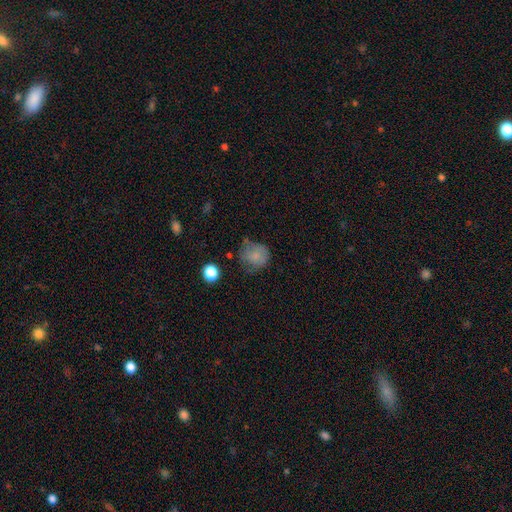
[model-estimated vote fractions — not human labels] smooth-or-featured: smooth: 75% | featured or disk: 14% | star or artifact: 11%
  how-rounded: round: 80% | in between: 19% | cigar-shaped: 1%
  merging: none: 52% | minor disturbance: 31% | major disturbance: 13% | merger: 4%